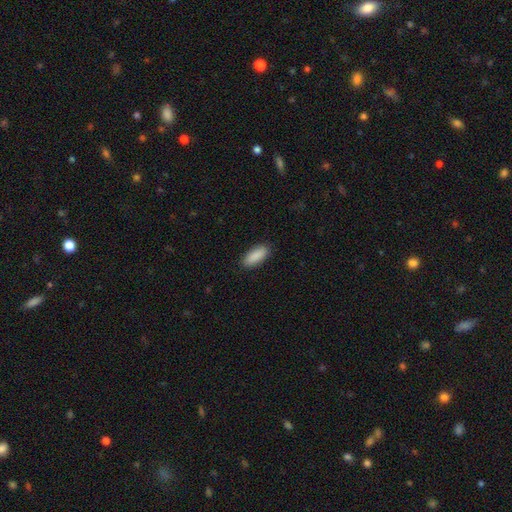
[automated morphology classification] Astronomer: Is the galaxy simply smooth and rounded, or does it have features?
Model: smooth — 91%.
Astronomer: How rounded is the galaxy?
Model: in between — 76%.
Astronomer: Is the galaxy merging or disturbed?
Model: none — 89%.